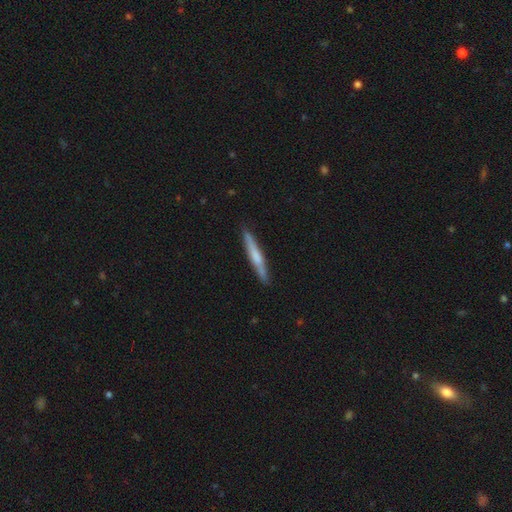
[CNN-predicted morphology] Smooth or featured? Predicted: smooth (p=0.50). How rounded? Predicted: cigar-shaped (p=0.95). Merging? Predicted: none (p=0.88).